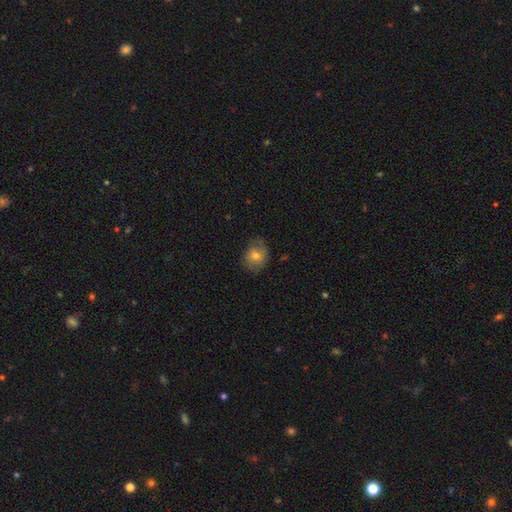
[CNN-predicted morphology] Smooth or featured?
  - smooth: 69% *
  - featured or disk: 23%
  - star or artifact: 9%
How rounded?
  - round: 50% *
  - in between: 49%
  - cigar-shaped: 1%
Merging?
  - none: 70% *
  - minor disturbance: 22%
  - major disturbance: 7%
  - merger: 1%